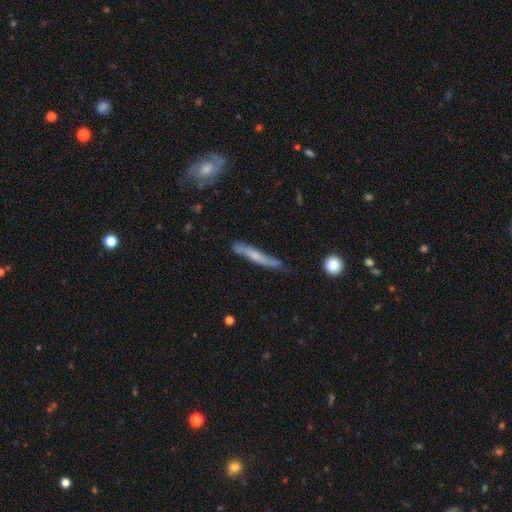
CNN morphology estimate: A featured or disk galaxy (51%) viewed edge-on (79%).

Vote fractions:
- Smooth or featured? featured or disk: 51% / smooth: 43% / star or artifact: 6%
- Edge-on disk? yes: 79% / no: 21%
- Merging? none: 68% / minor disturbance: 24% / major disturbance: 5% / merger: 3%